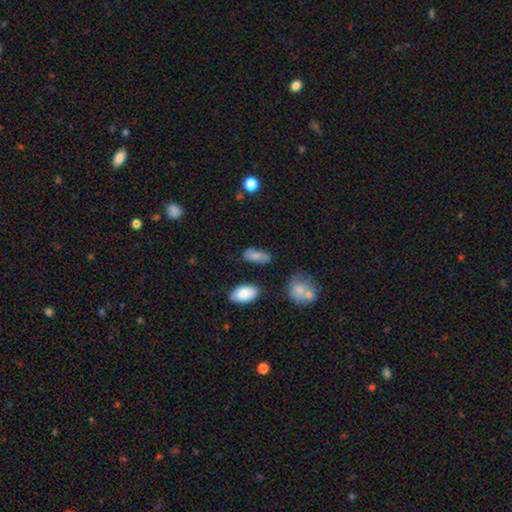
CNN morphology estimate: Smooth or featured? Predicted: smooth (p=0.64). How rounded? Predicted: in between (p=0.85). Merging? Predicted: none (p=0.70).